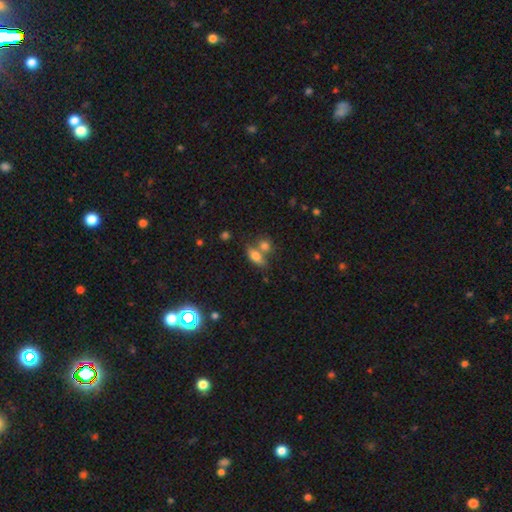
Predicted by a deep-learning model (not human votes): smooth-or-featured: smooth: 75% | featured or disk: 15% | star or artifact: 10%
  how-rounded: in between: 76% | cigar-shaped: 15% | round: 9%
  merging: none: 47% | merger: 37% | minor disturbance: 11% | major disturbance: 5%